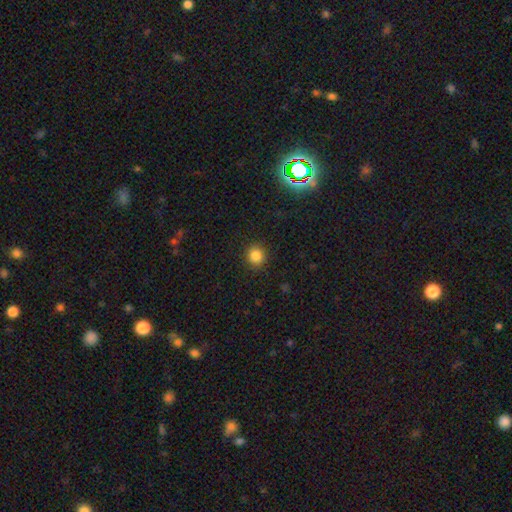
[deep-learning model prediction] Morphology: type=smooth (83%); roundness=round (87%); merging=none (91%).